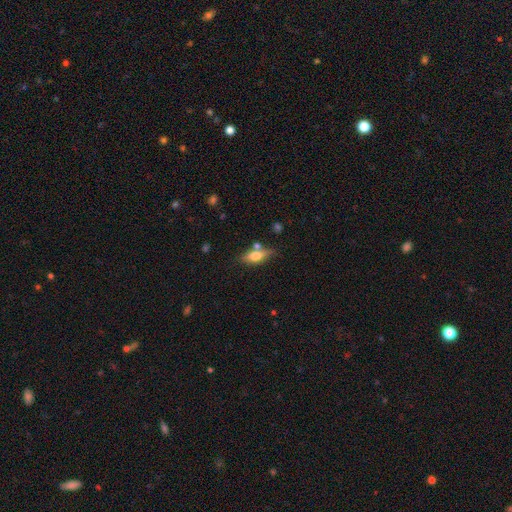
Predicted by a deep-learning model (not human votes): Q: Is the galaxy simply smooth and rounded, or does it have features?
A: smooth — 58%.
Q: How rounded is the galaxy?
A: in between — 59%.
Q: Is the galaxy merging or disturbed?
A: none — 67%.